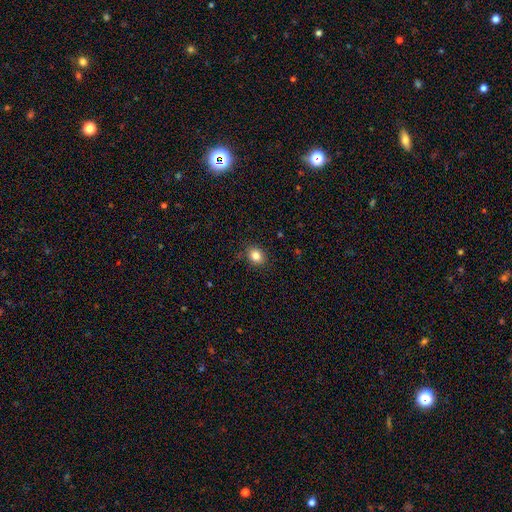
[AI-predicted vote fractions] Smooth or featured? Predicted: smooth (p=0.83). How rounded? Predicted: round (p=0.64). Merging? Predicted: none (p=0.88).